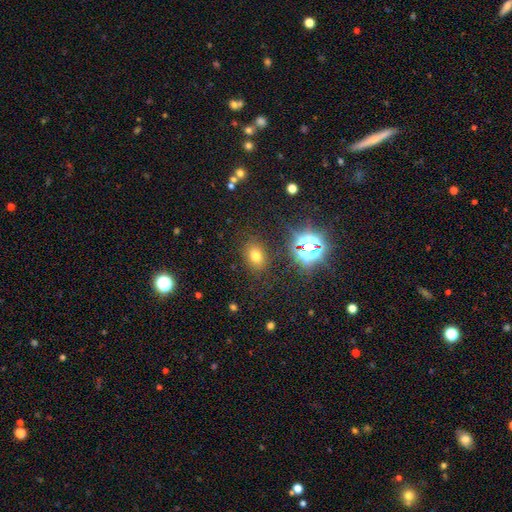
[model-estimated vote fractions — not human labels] smooth_or_featured: smooth (p=0.65) [alt: star or artifact p=0.25]
how_rounded: in between (p=0.65) [alt: round p=0.34]
merging: none (p=0.84) [alt: minor disturbance p=0.10]